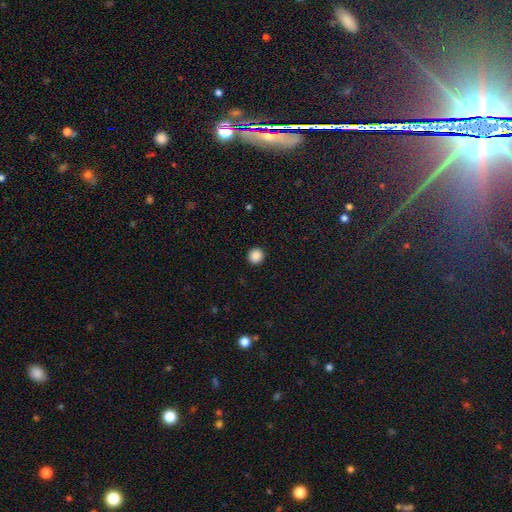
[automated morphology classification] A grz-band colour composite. It shows a smooth galaxy with no disk features (88%) that is round (93%). Merging: none (93%).